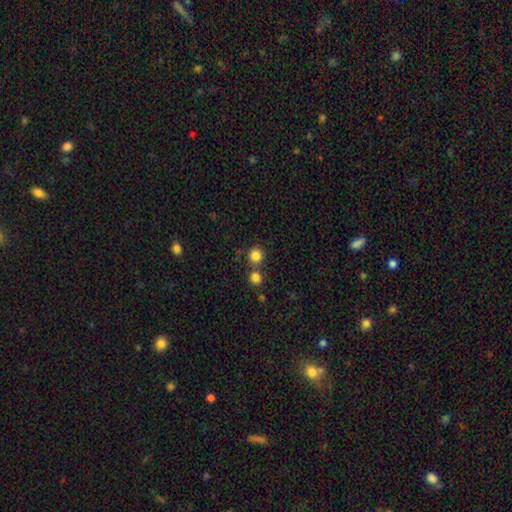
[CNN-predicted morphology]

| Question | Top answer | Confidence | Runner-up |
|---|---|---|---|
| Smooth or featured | smooth | 83% | star or artifact (12%) |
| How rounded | round | 91% | in between (8%) |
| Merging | none | 70% | merger (20%) |